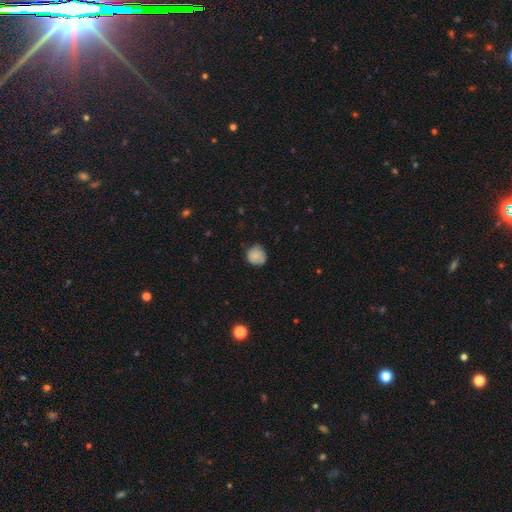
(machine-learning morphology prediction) Smooth or featured: smooth — 81% (featured or disk — 10%)
How rounded: round — 89% (in between — 10%)
Merging: none — 75% (minor disturbance — 20%)